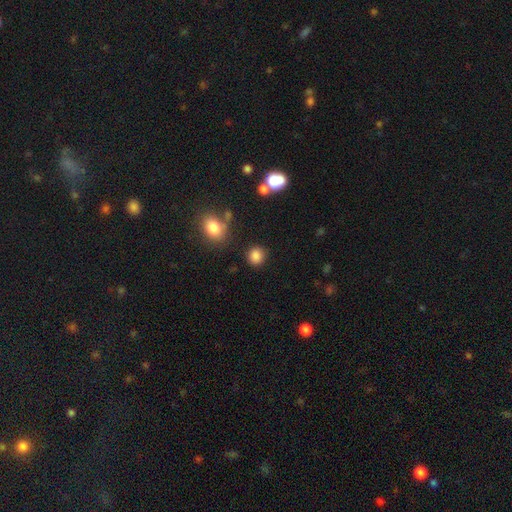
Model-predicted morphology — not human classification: smooth_or_featured: smooth (p=0.85) [alt: star or artifact p=0.11]
how_rounded: round (p=0.83) [alt: in between p=0.16]
merging: none (p=0.85) [alt: minor disturbance p=0.09]